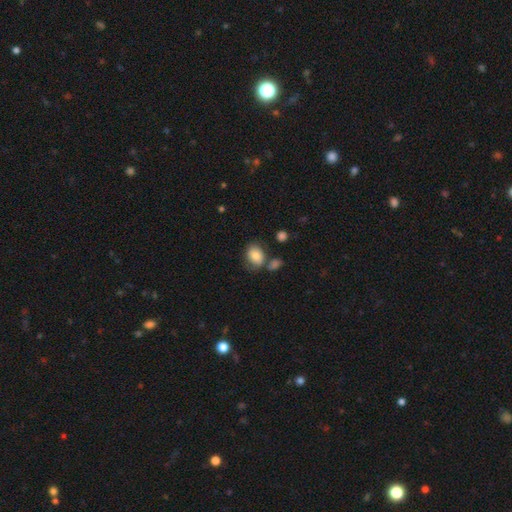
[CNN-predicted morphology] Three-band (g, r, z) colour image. It shows a smooth galaxy with no disk features (78%) that is in between round and cigar-shaped (62%). Merging: none (59%).